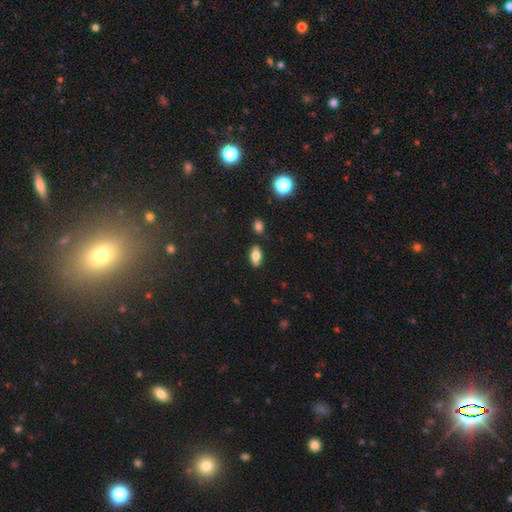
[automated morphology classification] type=smooth (69%); roundness=in between (86%); merging=none (85%).